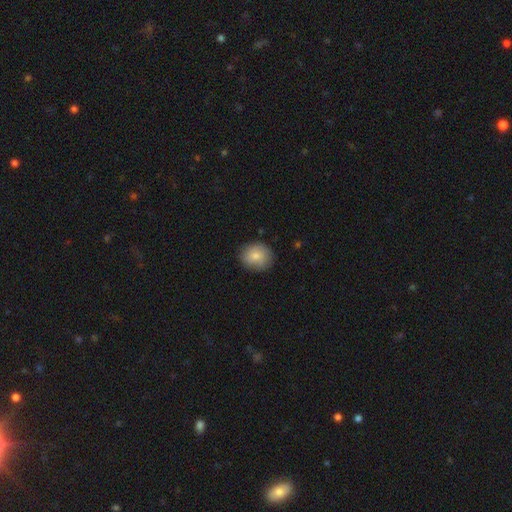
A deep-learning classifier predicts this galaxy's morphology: Smooth or featured? Predicted: smooth (p=0.79). How rounded? Predicted: round (p=0.75). Merging? Predicted: none (p=0.81).